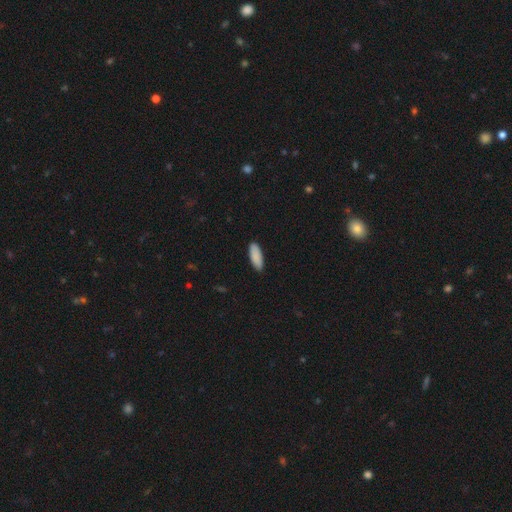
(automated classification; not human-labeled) smooth_or_featured: smooth (p=0.90) [alt: star or artifact p=0.06]
how_rounded: in between (p=0.71) [alt: cigar-shaped p=0.28]
merging: none (p=0.88) [alt: minor disturbance p=0.10]